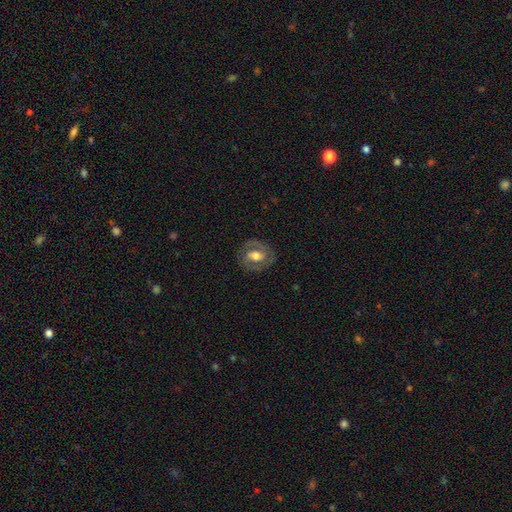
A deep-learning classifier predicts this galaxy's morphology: Overall: featured or disk (72%). Edge-on disk: no (96%). Bar: weak (42%; no 31%). Spiral arms: yes (78%). Spiral arm count: 2 (84%). Spiral winding: tight (46%; medium 42%). Bulge size: moderate (65%). Merging: none (81%).